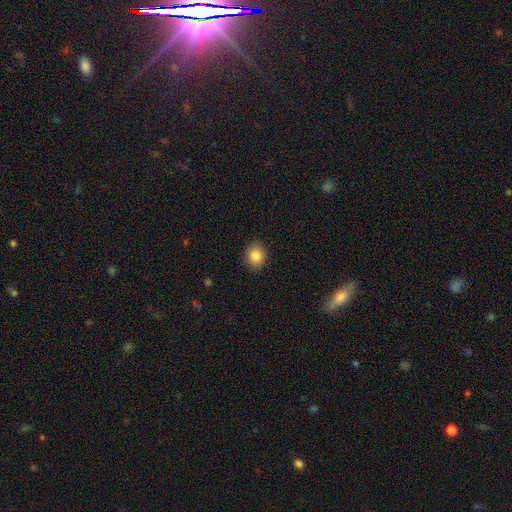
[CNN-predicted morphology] A smooth galaxy with no disk features (85%) that is round (66%). Merging: none (89%).